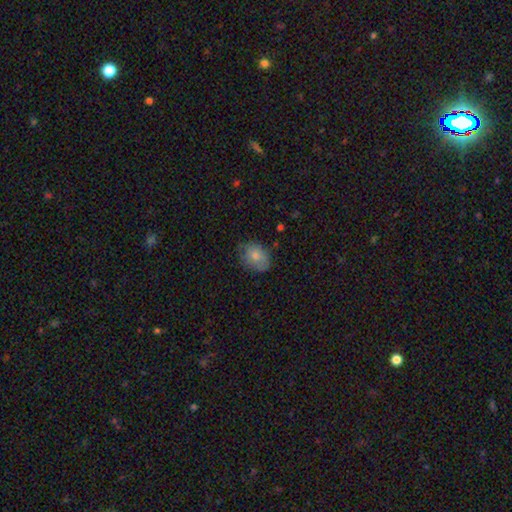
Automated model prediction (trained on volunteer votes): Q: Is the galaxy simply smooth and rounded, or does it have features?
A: smooth — 76%.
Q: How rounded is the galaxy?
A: in between — 67%.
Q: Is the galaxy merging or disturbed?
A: none — 64%.